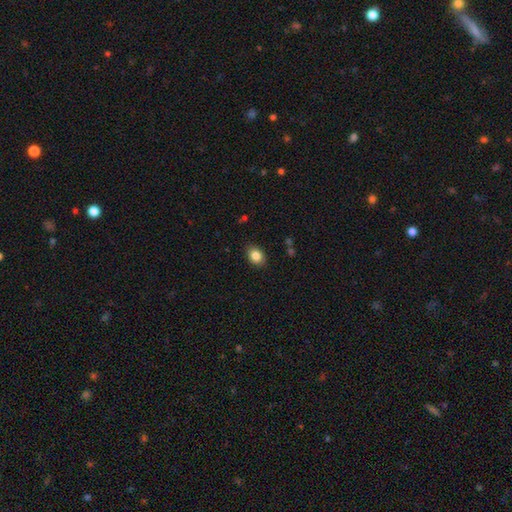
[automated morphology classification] This is clearly a smooth galaxy (85%). How rounded: likely in between (65%). Merging: clearly none (86%).